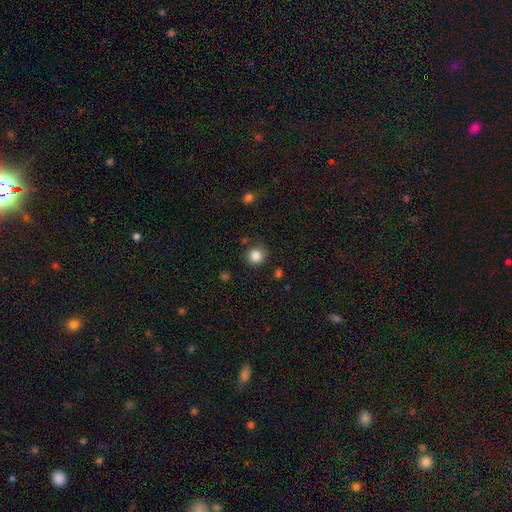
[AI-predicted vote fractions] Smooth or featured? Predicted: smooth (p=0.84). How rounded? Predicted: round (p=0.91). Merging? Predicted: none (p=0.83).